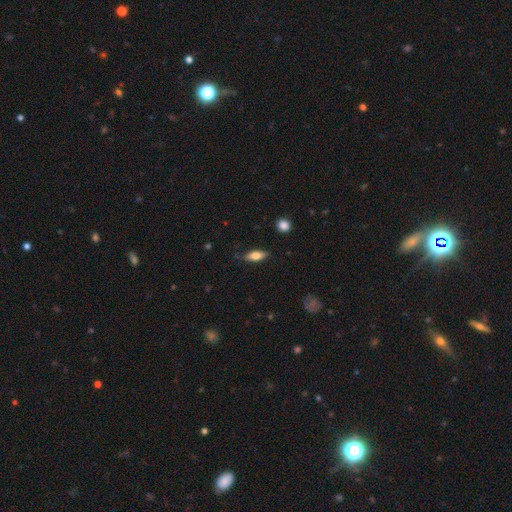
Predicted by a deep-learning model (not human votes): This is likely a smooth galaxy (74%). How rounded: likely in between (71%). Merging: clearly none (80%).